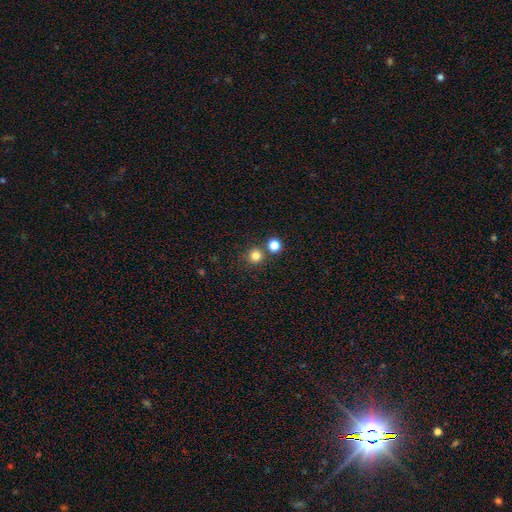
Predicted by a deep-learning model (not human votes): Smooth or featured?
  - smooth: 80% *
  - star or artifact: 15%
  - featured or disk: 5%
How rounded?
  - round: 93% *
  - in between: 6%
  - cigar-shaped: 1%
Merging?
  - none: 77% *
  - merger: 14%
  - minor disturbance: 7%
  - major disturbance: 3%